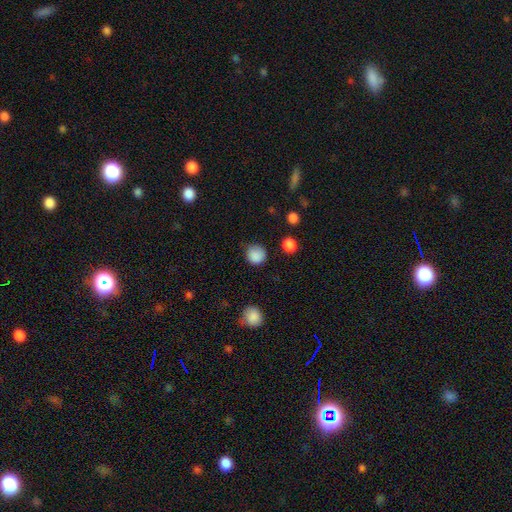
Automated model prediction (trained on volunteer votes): A smooth galaxy with no disk features (87%) that is round (90%). Merging: none (77%).